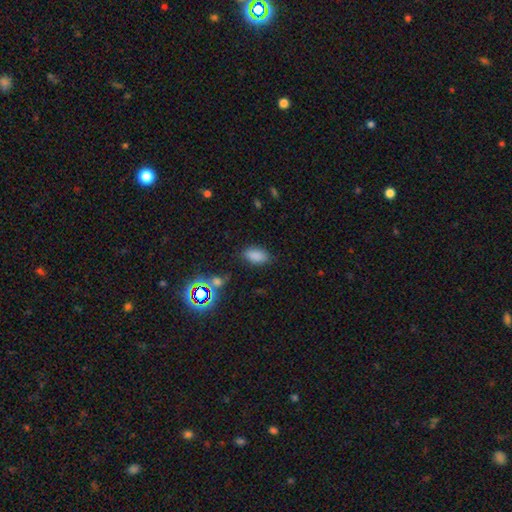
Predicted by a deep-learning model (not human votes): A smooth galaxy with no disk features (80%) that is in between round and cigar-shaped (91%). Merging: none (82%).